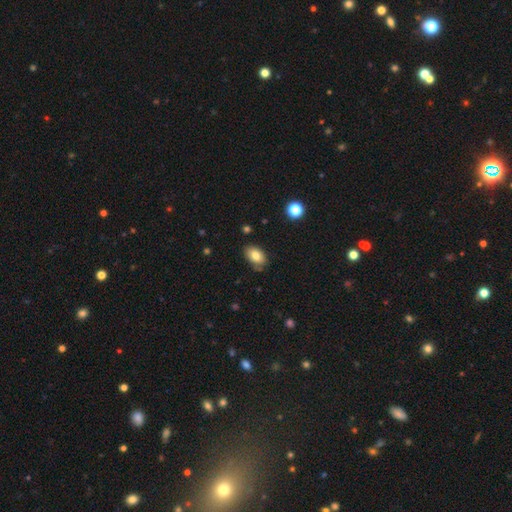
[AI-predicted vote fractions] smooth-or-featured: smooth: 80% | featured or disk: 12% | star or artifact: 8%
  how-rounded: in between: 89% | round: 10% | cigar-shaped: 1%
  merging: none: 79% | minor disturbance: 16% | major disturbance: 3% | merger: 2%